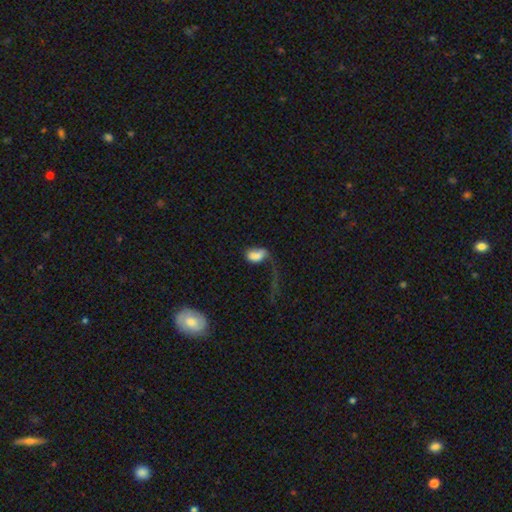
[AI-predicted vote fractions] The model was most divided on "merging": major disturbance: 50%, merger: 18%, none: 18%, minor disturbance: 14%. More confident: how rounded — in between (85%); smooth or featured — smooth (68%).